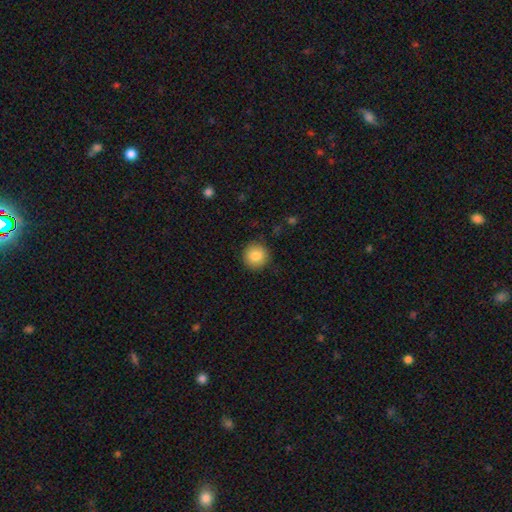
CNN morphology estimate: Q: Smooth or featured?
A: smooth (84%); runner-up: star or artifact (9%)
Q: How rounded?
A: round (94%); runner-up: in between (5%)
Q: Merging?
A: none (90%); runner-up: minor disturbance (7%)